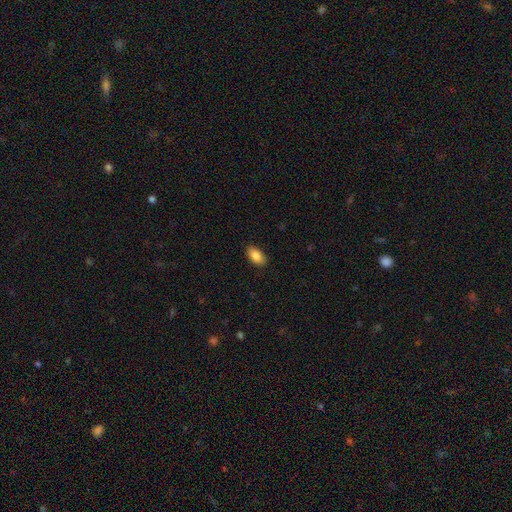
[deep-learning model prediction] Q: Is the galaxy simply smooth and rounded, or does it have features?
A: smooth — 88%.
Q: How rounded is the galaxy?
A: in between — 93%.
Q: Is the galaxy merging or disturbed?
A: none — 88%.